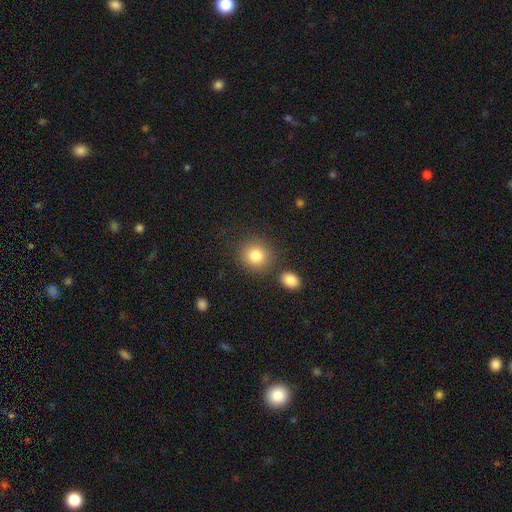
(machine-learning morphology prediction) A smooth galaxy with no disk features (83%) that is round (85%).

Vote fractions:
- Smooth or featured? smooth: 83% / star or artifact: 10% / featured or disk: 7%
- How rounded? round: 85% / in between: 14% / cigar-shaped: 1%
- Merging? none: 79% / minor disturbance: 9% / merger: 9% / major disturbance: 3%